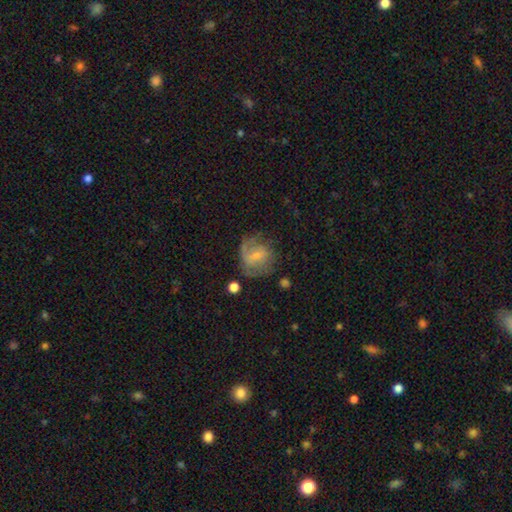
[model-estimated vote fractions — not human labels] A featured or disk galaxy (57%) with a weak bar (50%), spiral arms (79%) and a small central bulge (56%).

Vote fractions:
- Smooth or featured? featured or disk: 57% / smooth: 34% / star or artifact: 8%
- Edge-on disk? no: 97% / yes: 3%
- Bar? weak: 50% / no: 39% / strong: 11%
- Spiral arms? yes: 79% / no: 21%
- Bulge size? small: 56% / moderate: 26% / none: 14% / large: 3% / dominant: 1%
- Merging? none: 51% / minor disturbance: 24% / major disturbance: 21% / merger: 3%